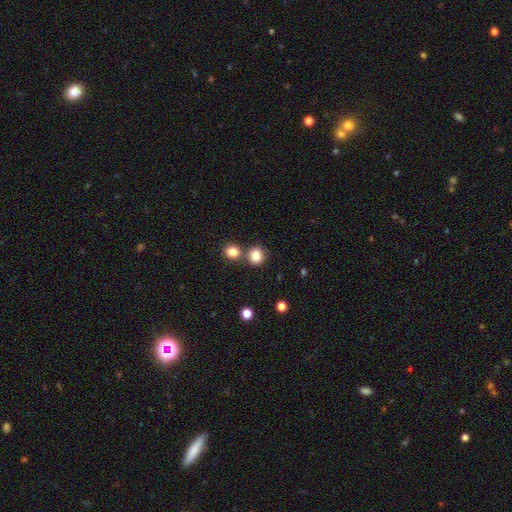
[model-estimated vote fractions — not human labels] Smooth or featured? Predicted: smooth (p=0.85). How rounded? Predicted: round (p=0.76). Merging? Predicted: none (p=0.64).